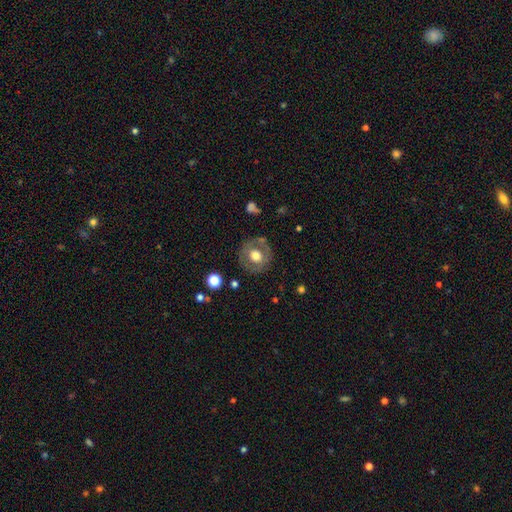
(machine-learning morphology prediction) This is possibly a smooth galaxy (54%). How rounded: clearly round (87%). Merging: likely none (79%).